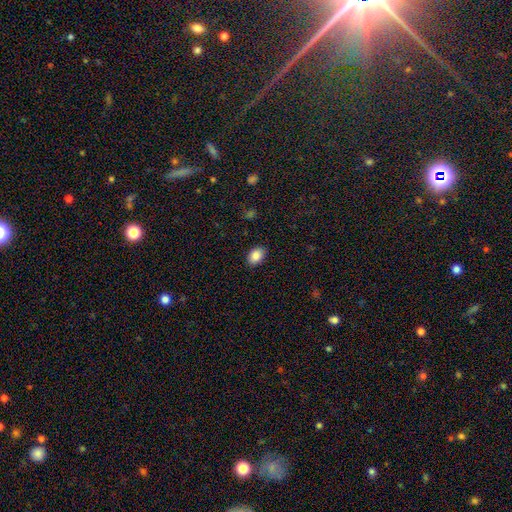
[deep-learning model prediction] smooth_or_featured: smooth (p=0.86) [alt: star or artifact p=0.08]
how_rounded: in between (p=0.81) [alt: round p=0.18]
merging: none (p=0.88) [alt: minor disturbance p=0.09]